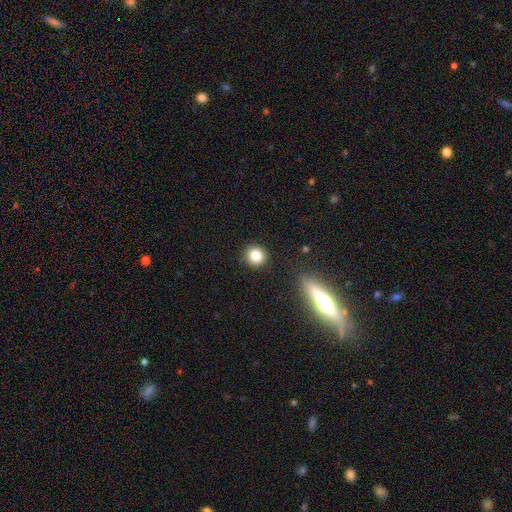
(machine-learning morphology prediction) The model was most divided on "smooth or featured": smooth: 84%, star or artifact: 11%, featured or disk: 6%. More confident: how rounded — round (90%); merging — none (87%).